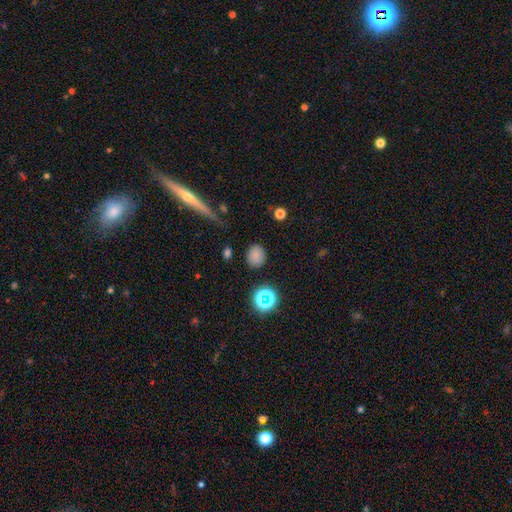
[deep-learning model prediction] smooth-or-featured: smooth: 78% | star or artifact: 16% | featured or disk: 6%
  how-rounded: round: 66% | in between: 33% | cigar-shaped: 1%
  merging: none: 84% | minor disturbance: 10% | major disturbance: 3% | merger: 2%